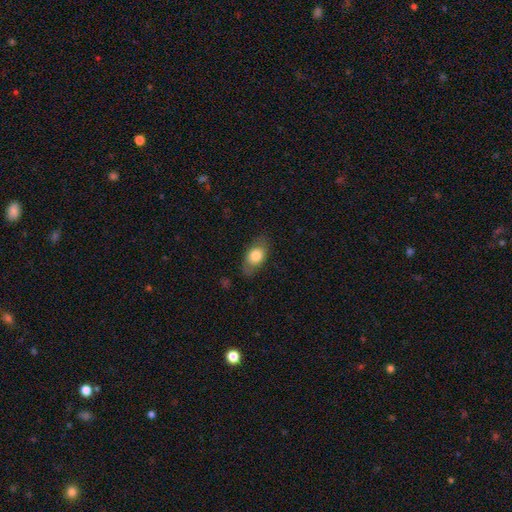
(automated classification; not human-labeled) Smooth or featured?
  - smooth: 73% *
  - featured or disk: 20%
  - star or artifact: 7%
How rounded?
  - in between: 84% *
  - round: 13%
  - cigar-shaped: 4%
Merging?
  - none: 76% *
  - minor disturbance: 17%
  - major disturbance: 6%
  - merger: 1%